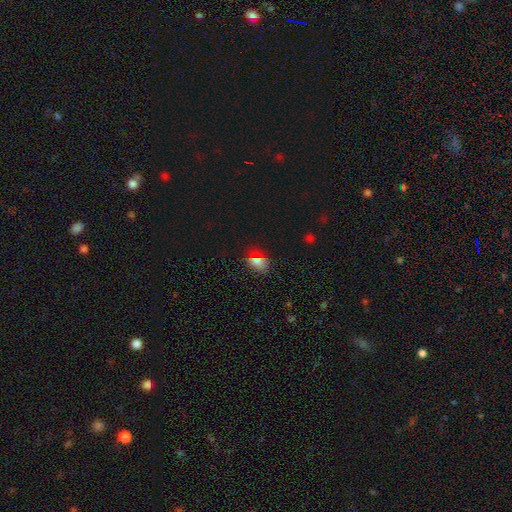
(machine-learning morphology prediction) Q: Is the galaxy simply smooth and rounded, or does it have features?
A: smooth — 57%.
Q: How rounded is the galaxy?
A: in between — 48%.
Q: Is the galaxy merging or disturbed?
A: none — 84%.